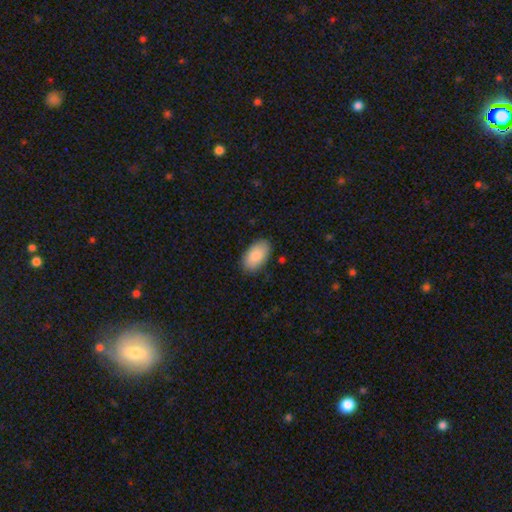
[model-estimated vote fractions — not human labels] Q: Smooth or featured?
A: smooth (86%); runner-up: featured or disk (8%)
Q: How rounded?
A: in between (95%); runner-up: round (4%)
Q: Merging?
A: none (85%); runner-up: minor disturbance (11%)